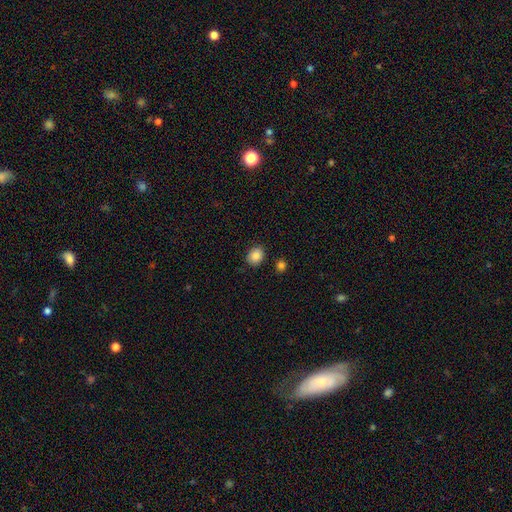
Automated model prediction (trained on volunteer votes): smooth-or-featured: smooth: 87% | star or artifact: 9% | featured or disk: 5%
  how-rounded: round: 53% | in between: 46% | cigar-shaped: 1%
  merging: none: 85% | minor disturbance: 10% | merger: 3% | major disturbance: 2%